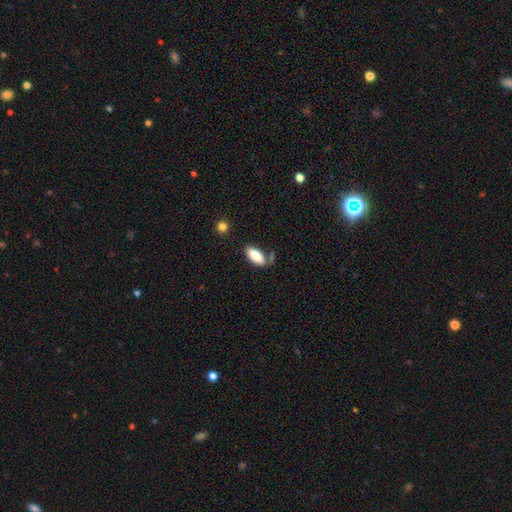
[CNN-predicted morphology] smooth-or-featured: smooth: 81% | featured or disk: 12% | star or artifact: 6%
  how-rounded: in between: 83% | cigar-shaped: 15% | round: 2%
  merging: none: 71% | minor disturbance: 16% | merger: 9% | major disturbance: 4%